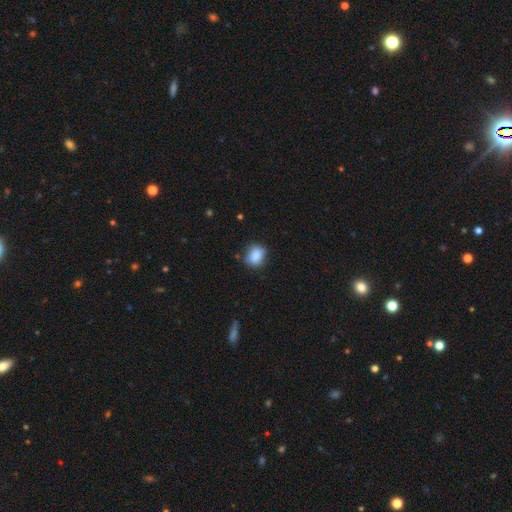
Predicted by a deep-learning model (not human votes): A smooth galaxy with no disk features (86%) that is round (50%). Merging: none (71%).